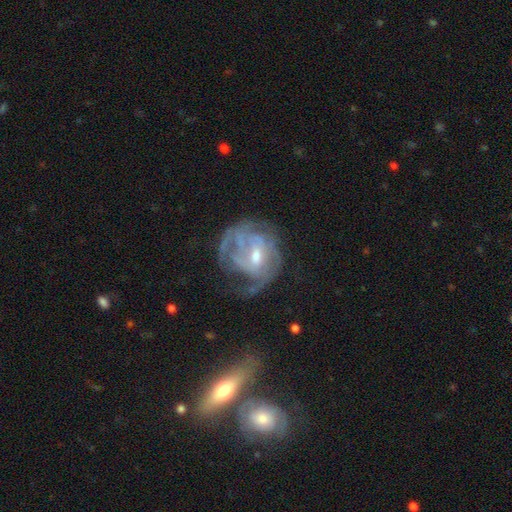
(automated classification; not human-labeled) This appears to be a featured or disk galaxy (79%) with a weak bar (50%), tight (49%) spiral arms (83%) and a small central bulge (48%). Merging: none (43%).